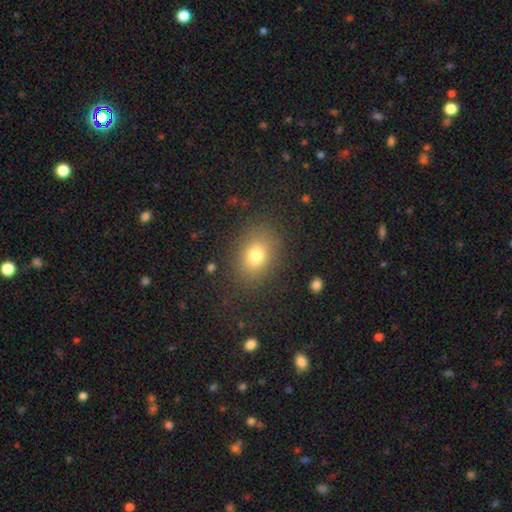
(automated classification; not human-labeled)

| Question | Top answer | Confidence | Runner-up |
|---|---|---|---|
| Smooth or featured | smooth | 77% | star or artifact (12%) |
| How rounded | in between | 67% | round (32%) |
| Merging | none | 83% | minor disturbance (11%) |